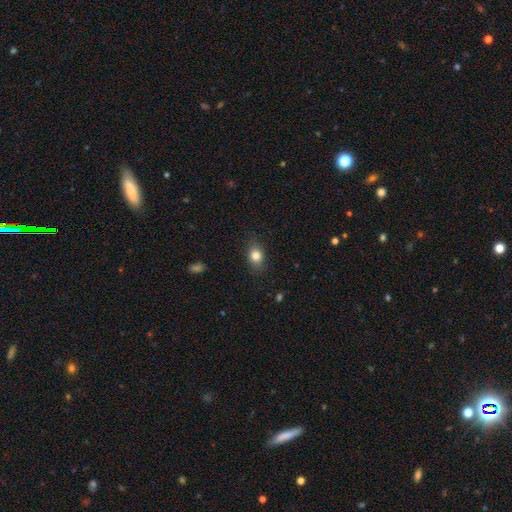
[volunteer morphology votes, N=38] A smooth galaxy with no disk features (89%) that is in between round and cigar-shaped (65%).

Vote fractions:
- Smooth or featured? smooth: 89% / featured or disk: 5% / star or artifact: 5%
- How rounded? in between: 65% / round: 35% / cigar-shaped: 0%
- Merging? none: 75% / minor disturbance: 19% / major disturbance: 6% / merger: 0%